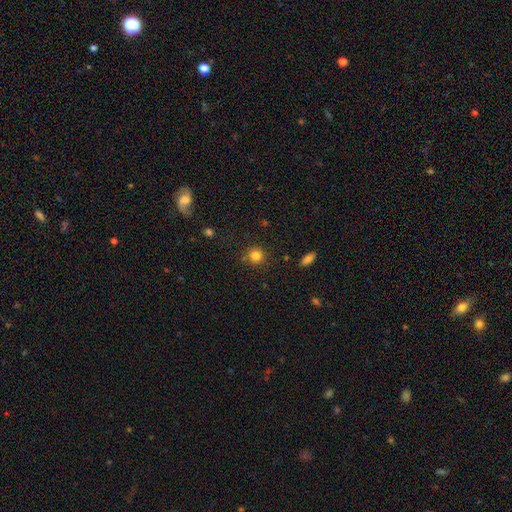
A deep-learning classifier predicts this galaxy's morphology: Smooth or featured? smooth (83%)
How rounded? round (91%)
Merging? none (84%)